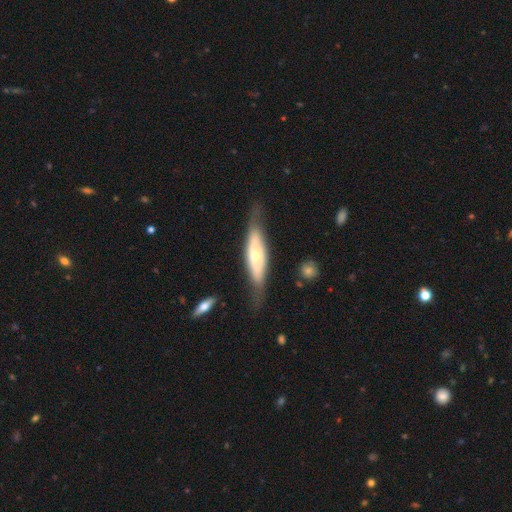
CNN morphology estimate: type=featured or disk (58%); edge-on=yes (64%); merging=none (66%).